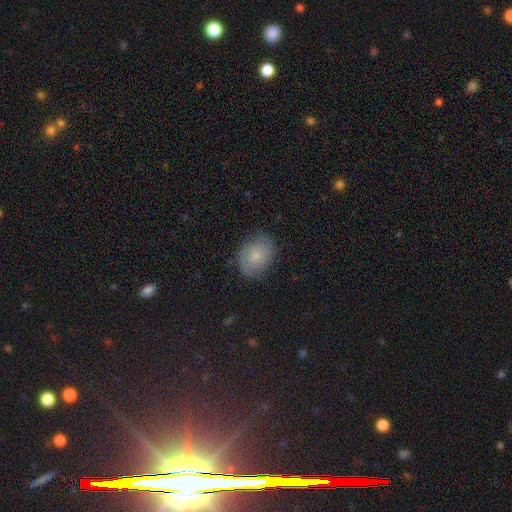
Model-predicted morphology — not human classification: Smooth or featured: smooth — 72% (featured or disk — 19%)
How rounded: in between — 57% (round — 42%)
Merging: none — 78% (minor disturbance — 17%)